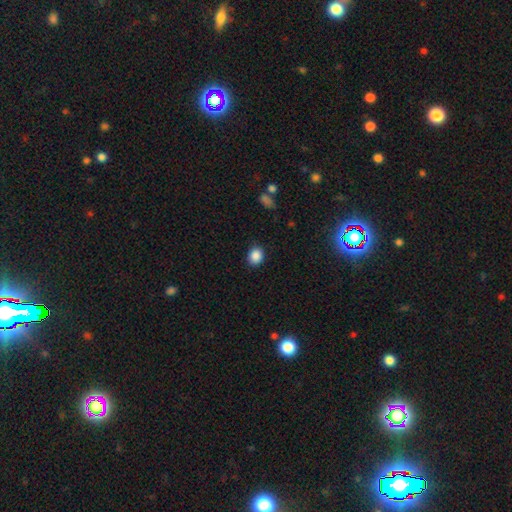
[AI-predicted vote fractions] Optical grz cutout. It shows a smooth galaxy with no disk features (88%) that is round (67%). Merging: none (87%).